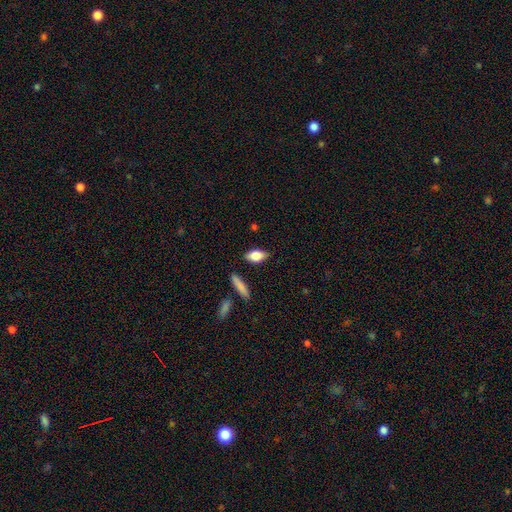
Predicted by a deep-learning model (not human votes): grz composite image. It shows a smooth galaxy with no disk features (77%) that is in between round and cigar-shaped (85%). Merging: none (83%).